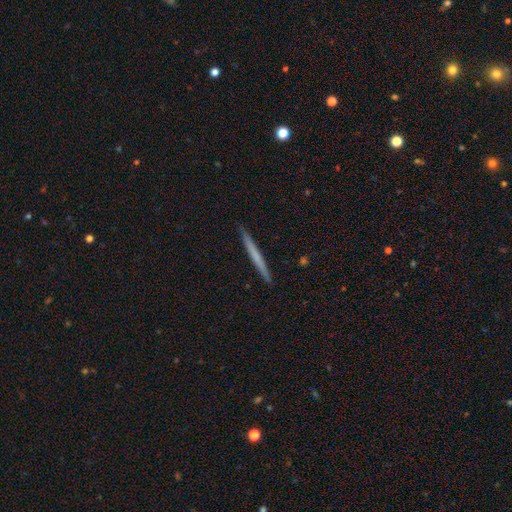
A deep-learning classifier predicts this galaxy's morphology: Smooth or featured? Predicted: smooth (p=0.53). How rounded? Predicted: cigar-shaped (p=0.97). Merging? Predicted: none (p=0.93).